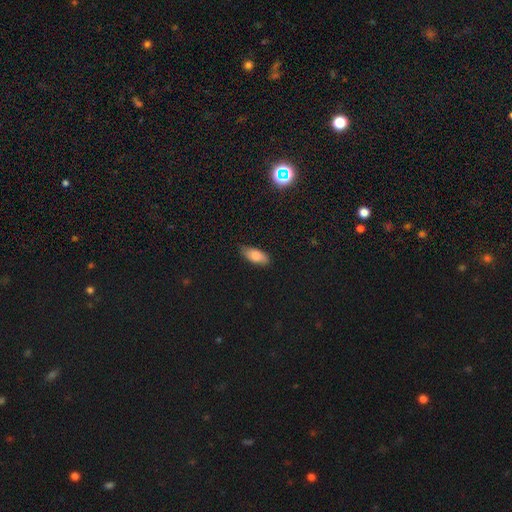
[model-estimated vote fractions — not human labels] Morphology: type=smooth (80%); roundness=in between (84%); merging=none (83%).